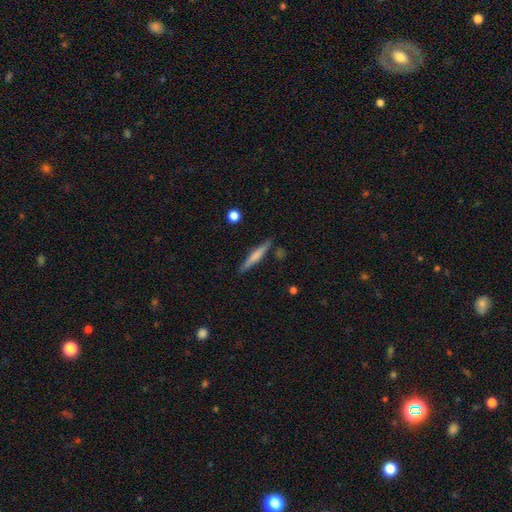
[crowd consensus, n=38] featured or disk 50%, smooth 45%, star or artifact 5%. Down the decision tree: edge-on disk — yes (100%); edge-on bulge — none (42%, tied with rounded); merging — none (89%).